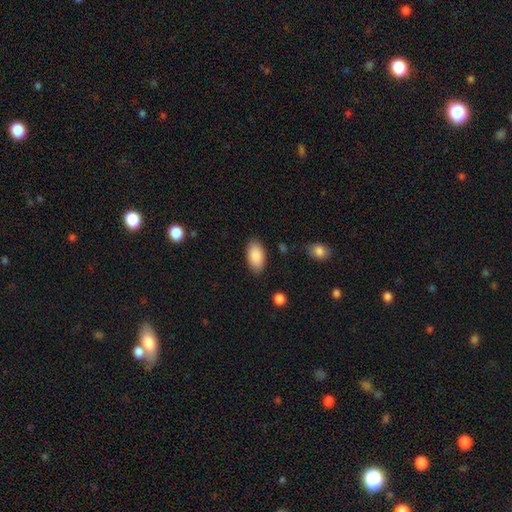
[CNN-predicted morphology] smooth 89%, star or artifact 6%, featured or disk 5%. Down the decision tree: how rounded — in between (94%); merging — none (85%).